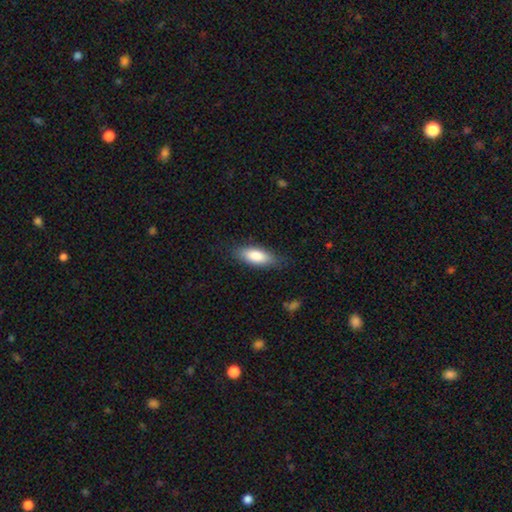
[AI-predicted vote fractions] A smooth galaxy with no disk features (84%) that is in between round and cigar-shaped (75%). Merging: none (80%).